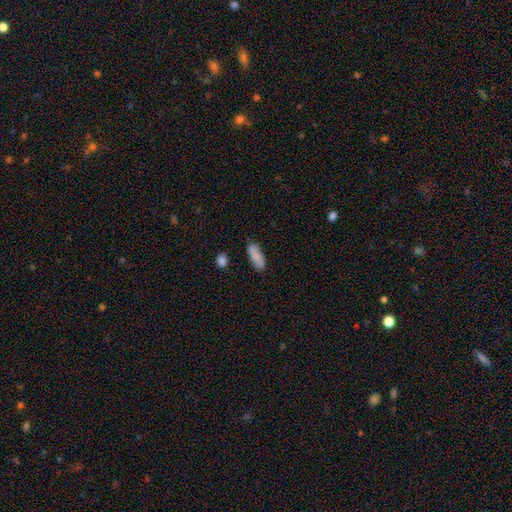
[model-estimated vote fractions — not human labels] smooth_or_featured: smooth (p=0.84) [alt: featured or disk p=0.09]
how_rounded: in between (p=0.68) [alt: cigar-shaped p=0.30]
merging: none (p=0.76) [alt: minor disturbance p=0.16]